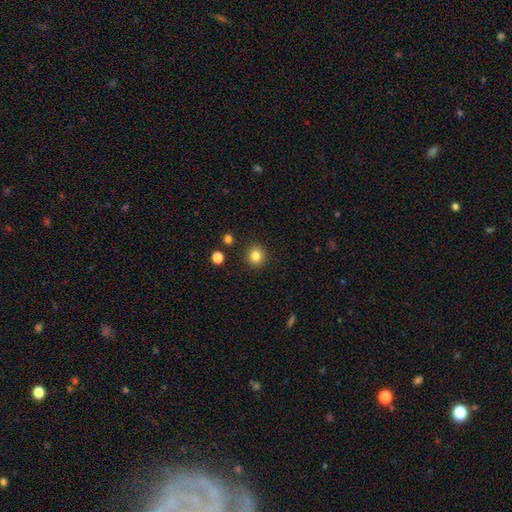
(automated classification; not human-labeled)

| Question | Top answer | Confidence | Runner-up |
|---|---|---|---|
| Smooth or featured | smooth | 83% | star or artifact (11%) |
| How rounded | round | 92% | in between (7%) |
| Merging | none | 91% | minor disturbance (5%) |